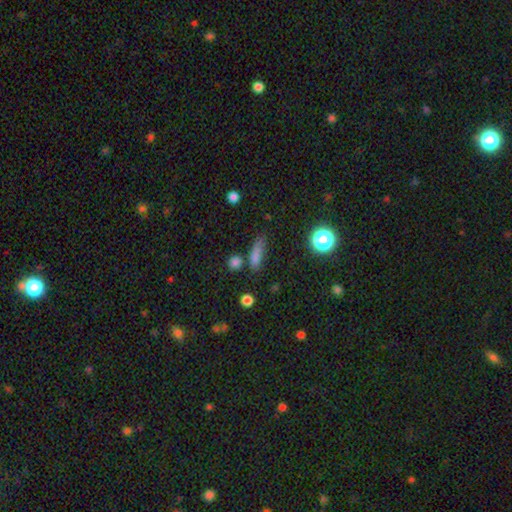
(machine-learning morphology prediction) type=smooth (71%); roundness=cigar-shaped (60%); merging=none (65%).